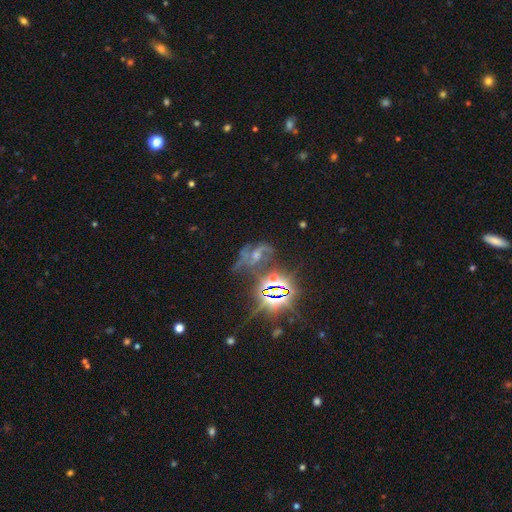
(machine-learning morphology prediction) type=featured or disk (46%); merging=none (39%).